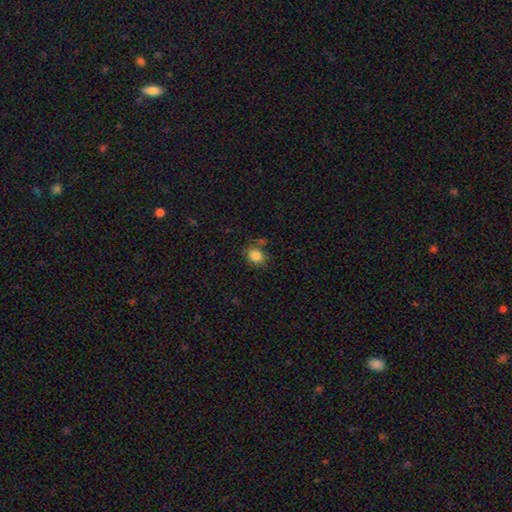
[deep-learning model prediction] smooth 84%, star or artifact 10%, featured or disk 6%. Down the decision tree: how rounded — round (56%); merging — none (71%).